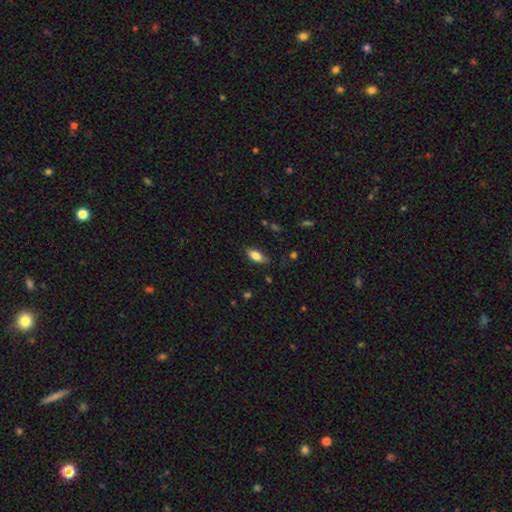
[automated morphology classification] smooth 81%, featured or disk 11%, star or artifact 8%. Down the decision tree: how rounded — in between (87%); merging — none (76%).